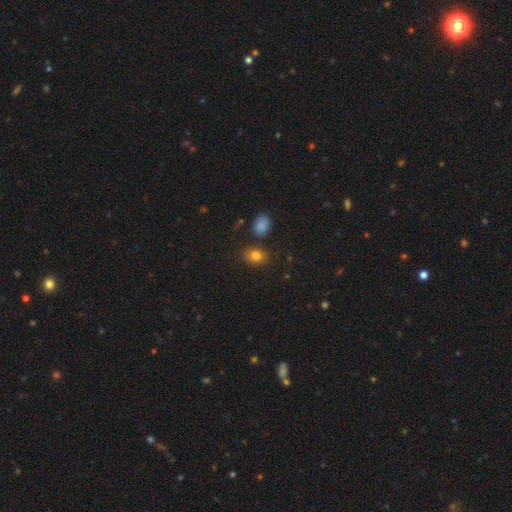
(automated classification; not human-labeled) This is clearly a smooth galaxy (82%). How rounded: likely in between (62%). Merging: likely none (80%).